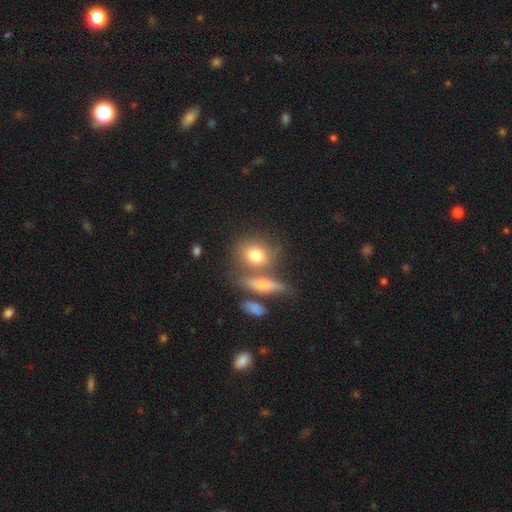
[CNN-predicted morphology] Smooth or featured: smooth — 74% (featured or disk — 17%)
How rounded: round — 58% (in between — 37%)
Merging: none — 52% (merger — 30%)